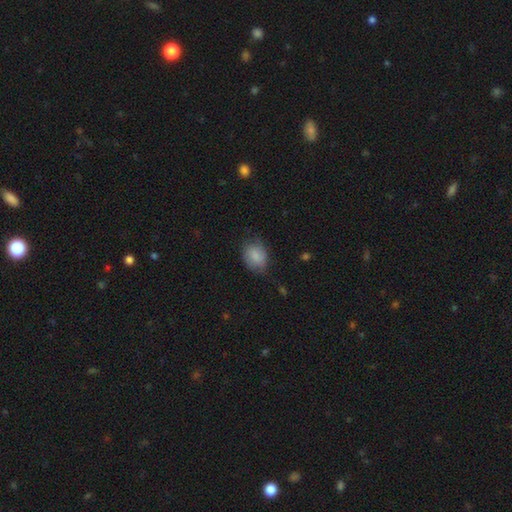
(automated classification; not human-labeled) smooth 82%, featured or disk 11%, star or artifact 7%. Down the decision tree: how rounded — in between (59%); merging — none (66%).